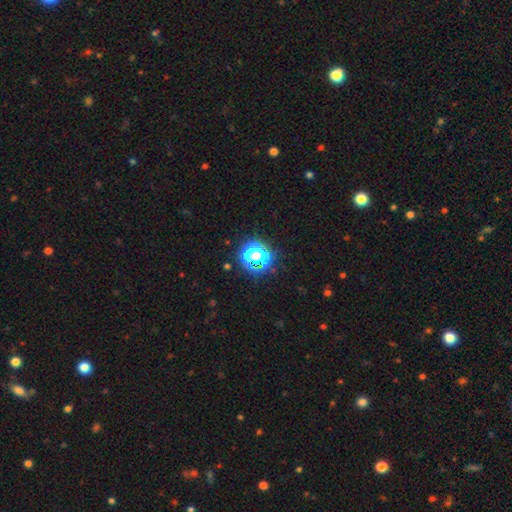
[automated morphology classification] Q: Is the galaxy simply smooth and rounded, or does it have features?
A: star or artifact — 47%.